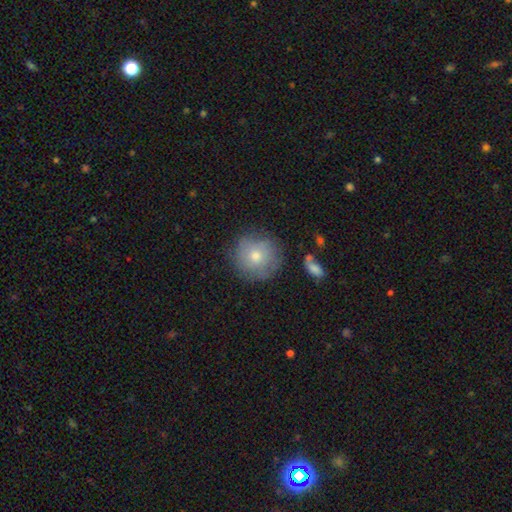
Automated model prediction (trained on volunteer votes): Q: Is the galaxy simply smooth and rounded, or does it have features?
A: smooth — 66%.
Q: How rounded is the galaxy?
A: round — 94%.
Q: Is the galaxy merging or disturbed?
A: none — 78%.